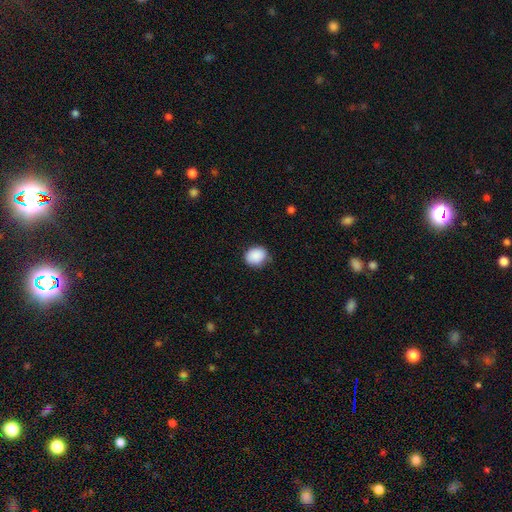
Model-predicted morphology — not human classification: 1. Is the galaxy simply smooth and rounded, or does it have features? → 89% smooth, 8% star or artifact, 3% featured or disk.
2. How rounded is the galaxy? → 57% round, 42% in between, 1% cigar-shaped.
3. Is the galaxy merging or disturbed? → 77% none, 18% minor disturbance, 3% major disturbance, 1% merger.